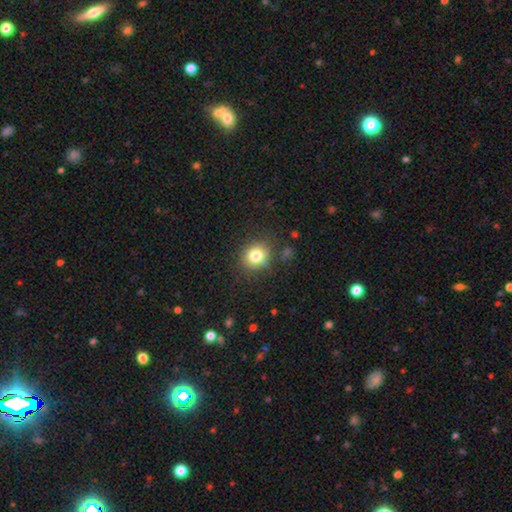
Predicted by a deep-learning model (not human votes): The model was most divided on "how rounded": round: 79%, in between: 20%, cigar-shaped: 1%. More confident: merging — none (84%); smooth or featured — smooth (80%).